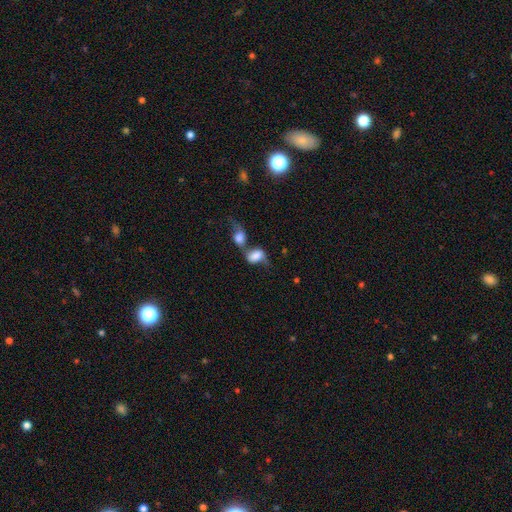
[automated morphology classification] Q: Smooth or featured?
A: smooth (63%); runner-up: featured or disk (27%)
Q: How rounded?
A: in between (75%); runner-up: round (23%)
Q: Merging?
A: merger (68%); runner-up: none (13%)